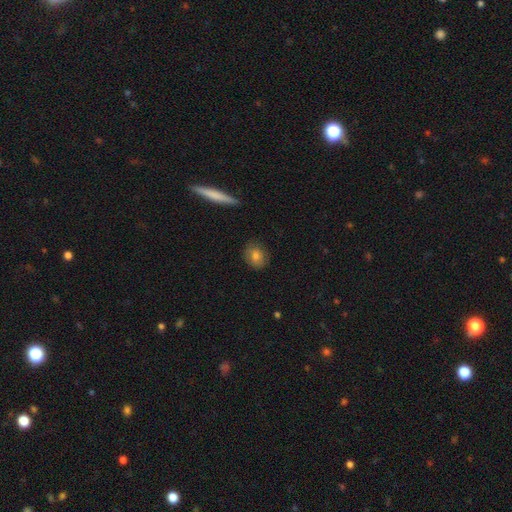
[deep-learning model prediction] This is likely a smooth galaxy (78%). How rounded: possibly round (50%). Merging: clearly none (84%).